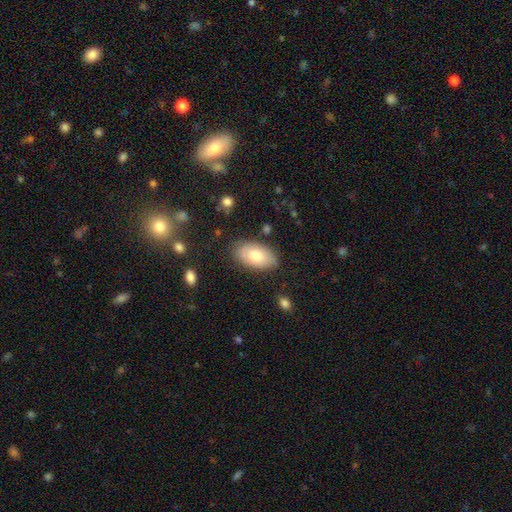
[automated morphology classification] A smooth galaxy with no disk features (69%) that is in between round and cigar-shaped (94%).

Vote fractions:
- Smooth or featured? smooth: 69% / featured or disk: 25% / star or artifact: 6%
- How rounded? in between: 94% / round: 4% / cigar-shaped: 2%
- Merging? none: 80% / minor disturbance: 15% / major disturbance: 4% / merger: 2%